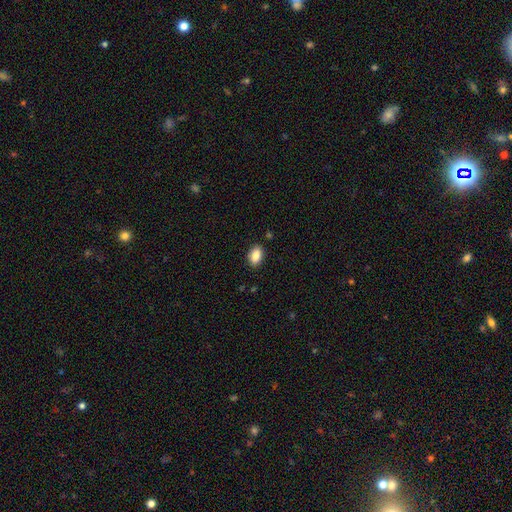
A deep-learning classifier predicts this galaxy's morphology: Smooth or featured? smooth (87%)
How rounded? in between (90%)
Merging? none (87%)